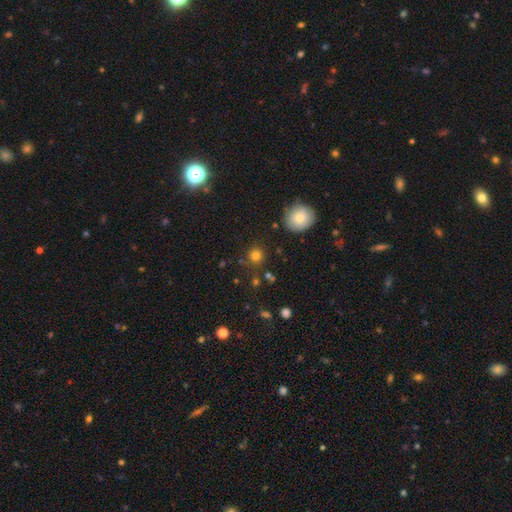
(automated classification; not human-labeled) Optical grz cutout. It shows a smooth galaxy with no disk features (79%) that is round (91%). Merging: none (85%).